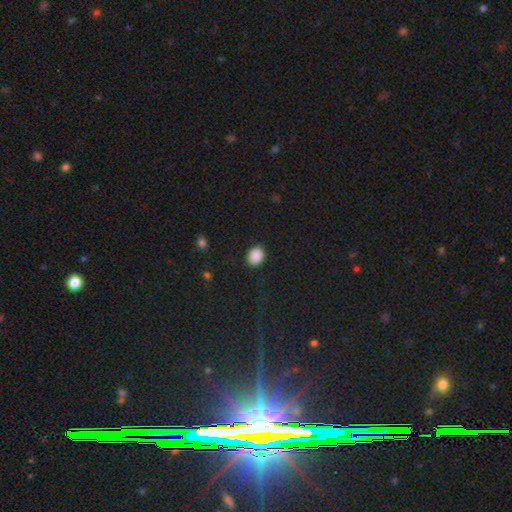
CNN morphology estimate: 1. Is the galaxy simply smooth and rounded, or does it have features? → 89% smooth, 9% star or artifact, 3% featured or disk.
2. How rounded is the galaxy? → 54% round, 45% in between, 1% cigar-shaped.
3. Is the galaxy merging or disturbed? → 89% none, 8% minor disturbance, 2% major disturbance, 1% merger.